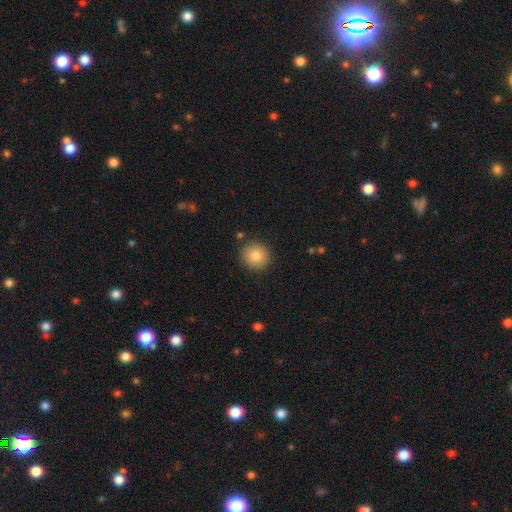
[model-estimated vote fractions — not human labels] This is clearly a smooth galaxy (83%). How rounded: clearly round (92%). Merging: clearly none (89%).